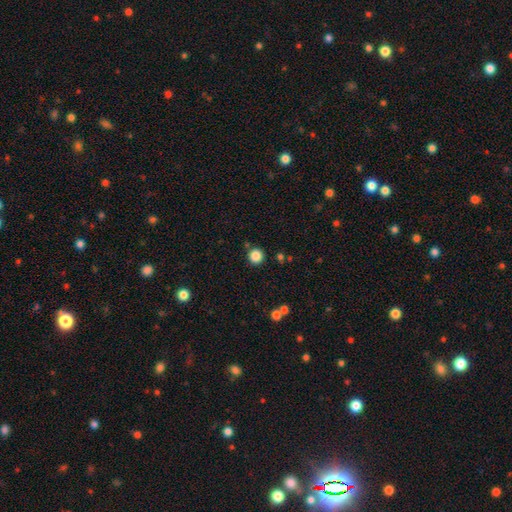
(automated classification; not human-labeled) Overall: smooth (86%). How rounded: round (94%). Merging: none (85%).